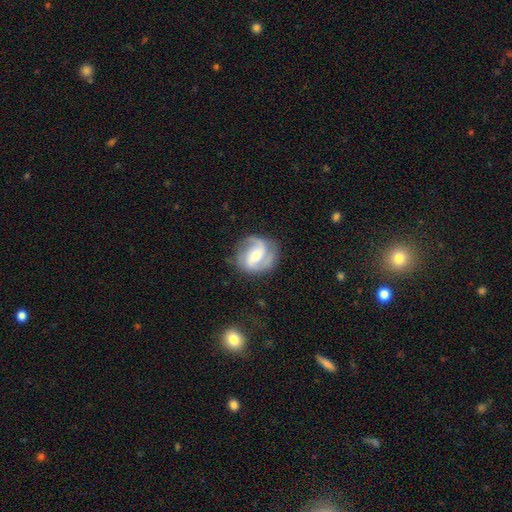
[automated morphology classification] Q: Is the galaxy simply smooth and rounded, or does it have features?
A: featured or disk — 83%.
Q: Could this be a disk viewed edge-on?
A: no — 97%.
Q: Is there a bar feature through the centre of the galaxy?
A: weak — 44%.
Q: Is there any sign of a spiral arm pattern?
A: yes — 95%.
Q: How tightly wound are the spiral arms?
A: medium — 49%.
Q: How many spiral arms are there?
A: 2 — 76%.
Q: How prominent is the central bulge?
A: moderate — 59%.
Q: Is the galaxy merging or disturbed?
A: none — 76%.